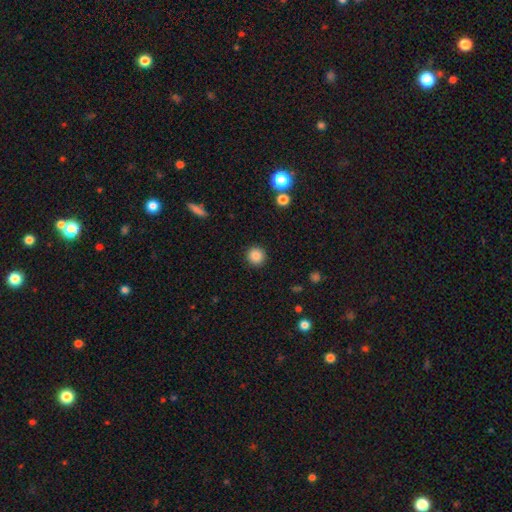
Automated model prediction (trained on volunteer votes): The model was most divided on "smooth or featured": smooth: 86%, star or artifact: 10%, featured or disk: 4%. More confident: how rounded — round (94%); merging — none (92%).